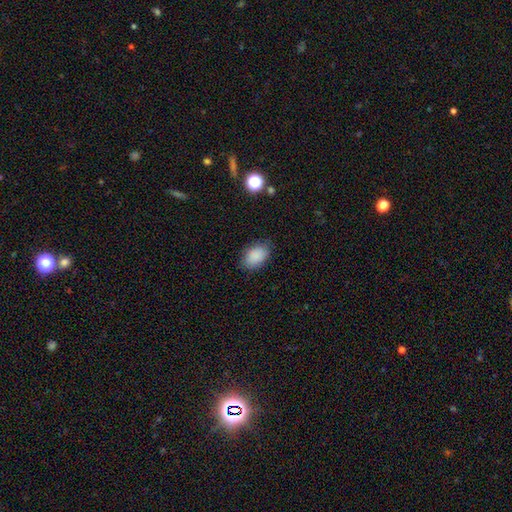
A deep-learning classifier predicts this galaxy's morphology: Smooth or featured? smooth (88%)
How rounded? in between (88%)
Merging? none (80%)